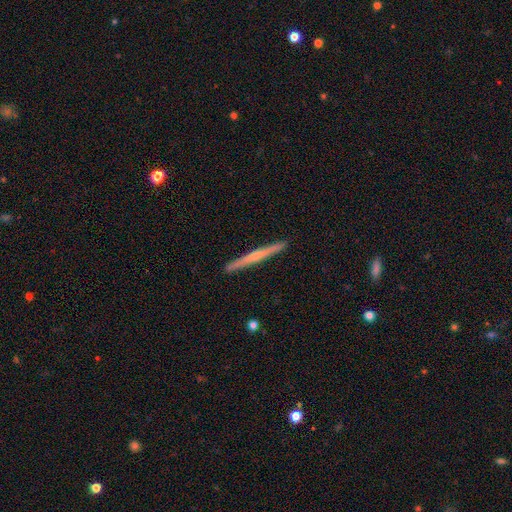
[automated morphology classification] type=featured or disk (56%); edge-on=yes (98%); edge-on bulge=none (51%); merging=none (92%).